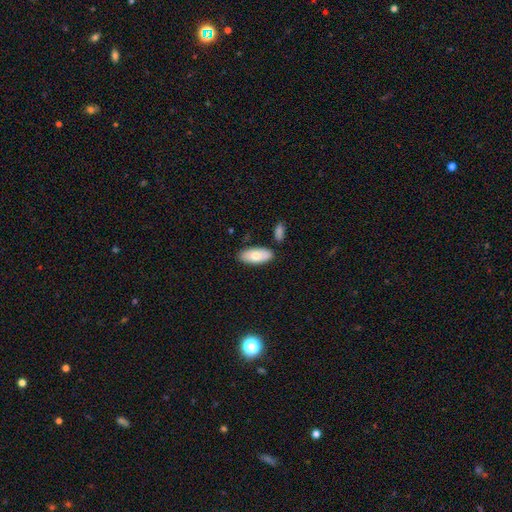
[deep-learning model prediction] This appears to be a smooth galaxy with no disk features (73%) that is in between round and cigar-shaped (90%). Merging: none (82%).